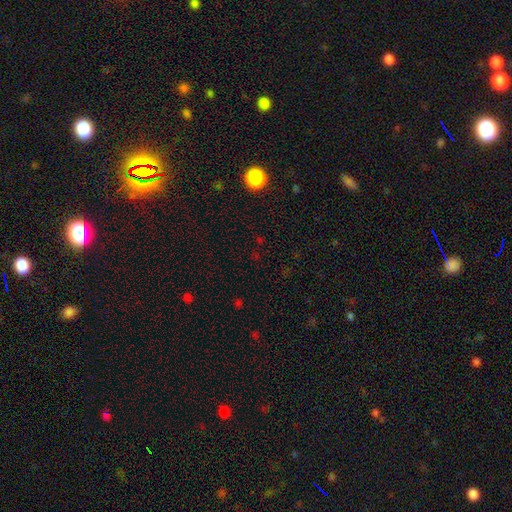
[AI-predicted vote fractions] This is likely a star or artifact rather than a galaxy (61%).